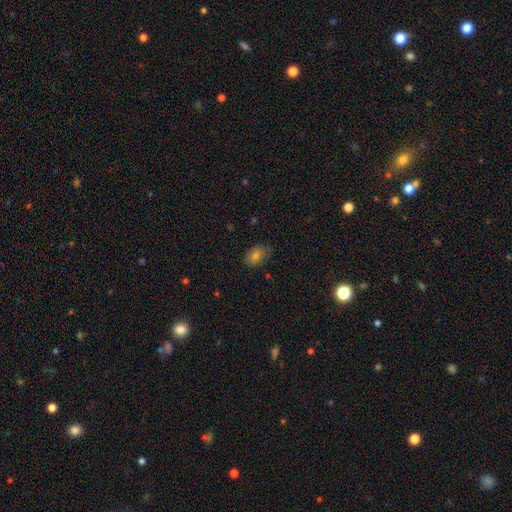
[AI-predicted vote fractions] Smooth or featured? smooth (70%)
How rounded? in between (81%)
Merging? none (77%)